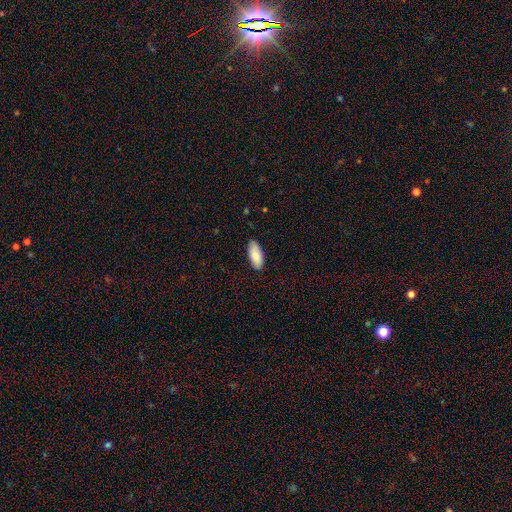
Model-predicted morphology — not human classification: Smooth or featured: smooth — 87% (featured or disk — 7%)
How rounded: in between — 88% (cigar-shaped — 10%)
Merging: none — 86% (minor disturbance — 11%)